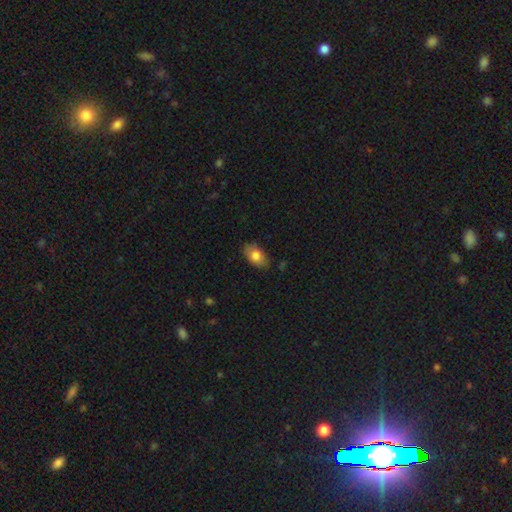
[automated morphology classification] smooth_or_featured: smooth (p=0.79) [alt: featured or disk p=0.14]
how_rounded: in between (p=0.91) [alt: round p=0.07]
merging: none (p=0.82) [alt: minor disturbance p=0.14]